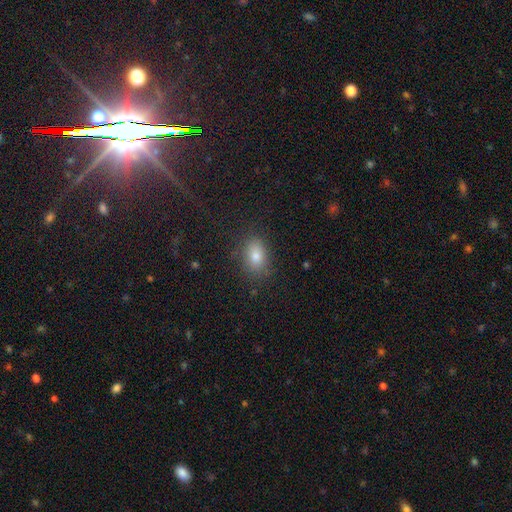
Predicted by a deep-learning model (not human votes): Smooth or featured? smooth (78%)
How rounded? in between (84%)
Merging? none (82%)